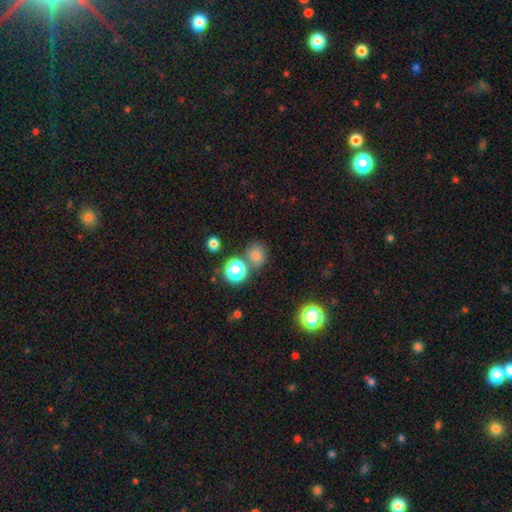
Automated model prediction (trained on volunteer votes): smooth_or_featured: smooth (p=0.69) [alt: star or artifact p=0.24]
how_rounded: round (p=0.79) [alt: in between p=0.19]
merging: none (p=0.70) [alt: merger p=0.17]